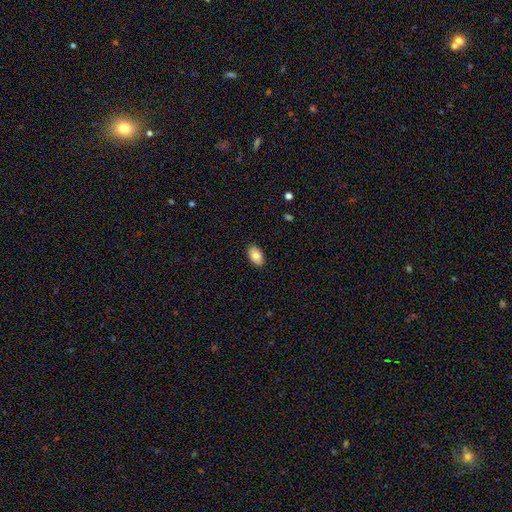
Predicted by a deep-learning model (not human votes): The model was most divided on "smooth or featured": smooth: 81%, featured or disk: 12%, star or artifact: 7%. More confident: how rounded — in between (93%); merging — none (88%).